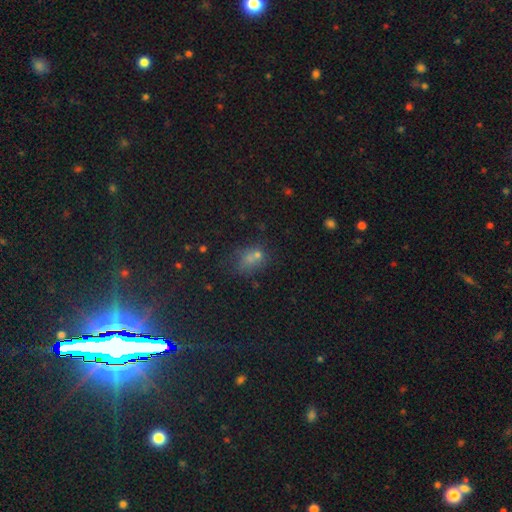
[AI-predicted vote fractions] Q: Smooth or featured?
A: smooth (54%); runner-up: star or artifact (31%)
Q: How rounded?
A: in between (54%); runner-up: round (43%)
Q: Merging?
A: none (43%); runner-up: merger (28%)